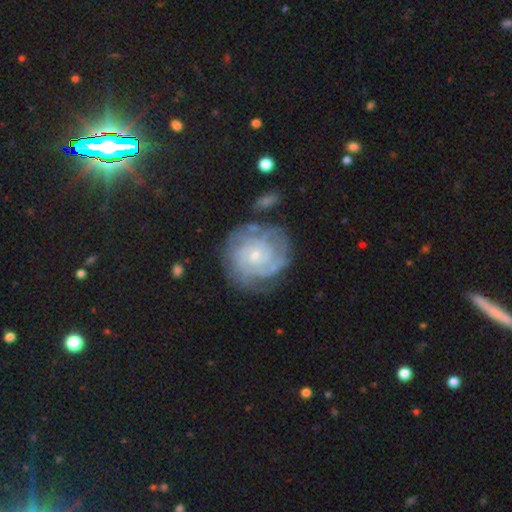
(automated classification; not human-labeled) Morphology: type=featured or disk (80%); edge-on=no (98%); bar=no (77%); spiral arms=yes (91%); winding=tight (73%); arm count=can't tell (42%); bulge=small (76%); merging=none (67%).